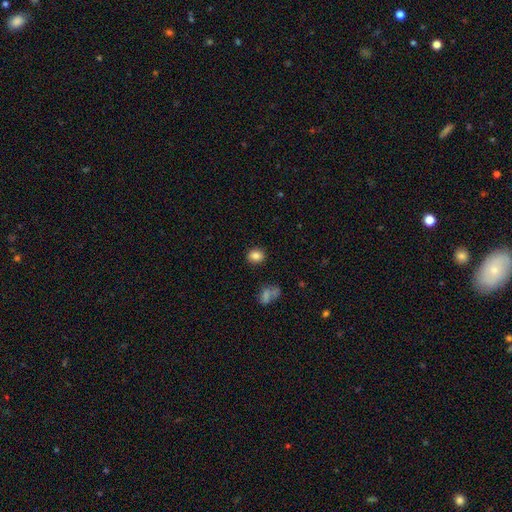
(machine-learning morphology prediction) smooth-or-featured: smooth: 83% | star or artifact: 10% | featured or disk: 6%
  how-rounded: round: 67% | in between: 32% | cigar-shaped: 1%
  merging: none: 88% | minor disturbance: 8% | major disturbance: 2% | merger: 2%